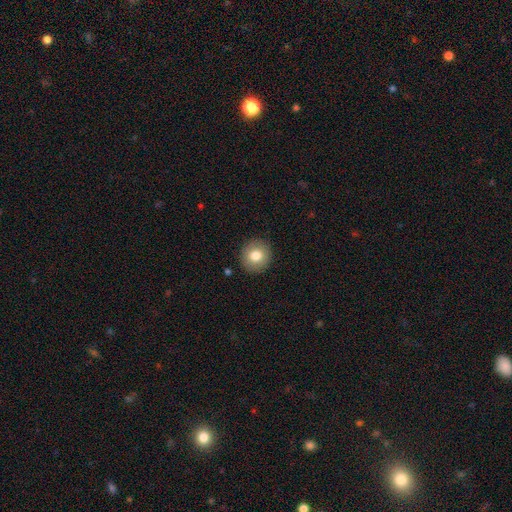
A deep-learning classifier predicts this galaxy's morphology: Overall: smooth (79%). How rounded: round (90%). Merging: none (91%).